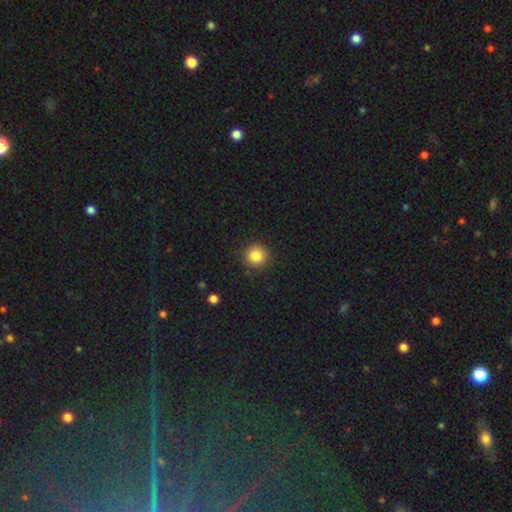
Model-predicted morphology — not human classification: Overall: smooth (84%). How rounded: round (93%). Merging: none (90%).